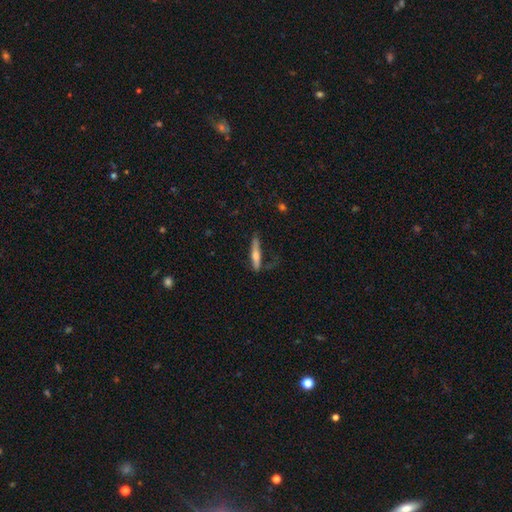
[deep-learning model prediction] The model was most divided on "smooth or featured": featured or disk: 52%, smooth: 41%, star or artifact: 7%. More confident: edge-on disk — yes (93%); merging — none (70%).